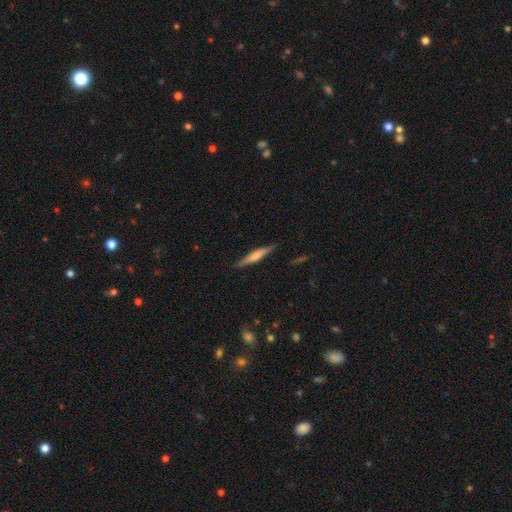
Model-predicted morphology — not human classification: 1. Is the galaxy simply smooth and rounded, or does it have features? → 50% smooth, 44% featured or disk, 6% star or artifact.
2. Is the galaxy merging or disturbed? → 87% none, 10% minor disturbance, 2% major disturbance, 1% merger.